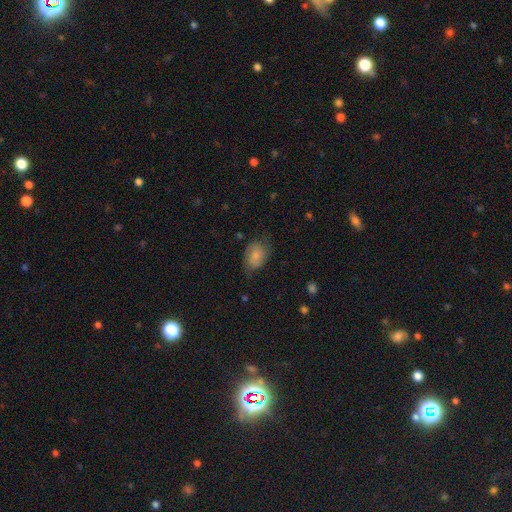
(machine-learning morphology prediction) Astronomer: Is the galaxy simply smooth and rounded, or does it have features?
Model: smooth — 67%.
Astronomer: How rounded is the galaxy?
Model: in between — 78%.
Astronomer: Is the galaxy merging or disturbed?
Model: none — 59%.